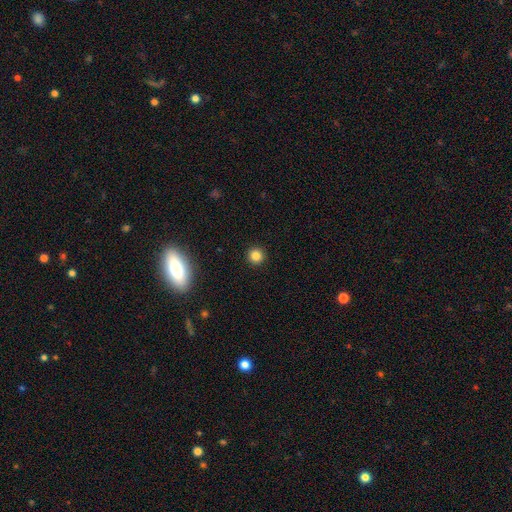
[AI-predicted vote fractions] This appears to be a smooth galaxy with no disk features (82%) that is round (95%). Merging: none (93%).